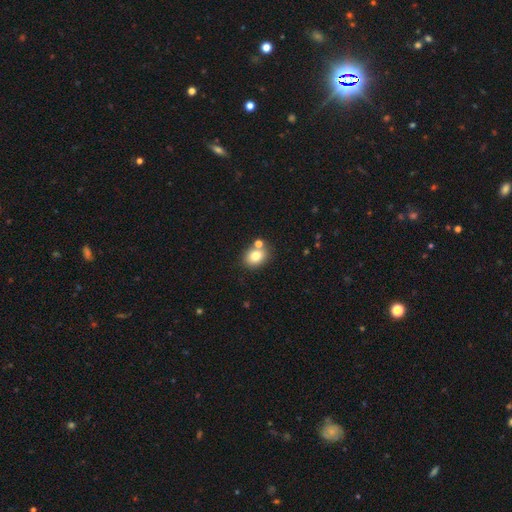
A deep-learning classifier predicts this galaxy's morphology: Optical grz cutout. It shows a smooth galaxy with no disk features (79%) that is in between round and cigar-shaped (50%). Merging: none (68%).